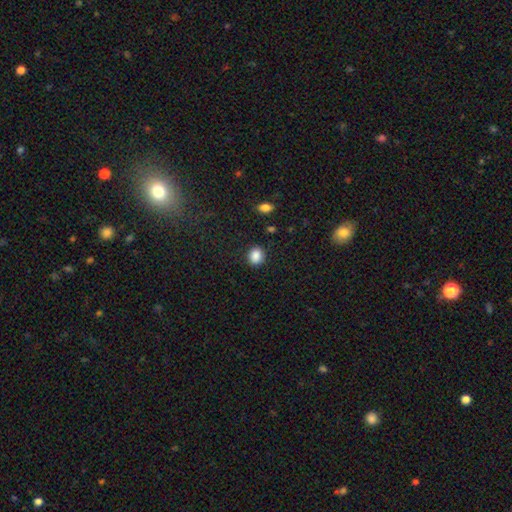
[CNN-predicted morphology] smooth 87%, star or artifact 9%, featured or disk 3%. Down the decision tree: how rounded — round (63%); merging — none (87%).